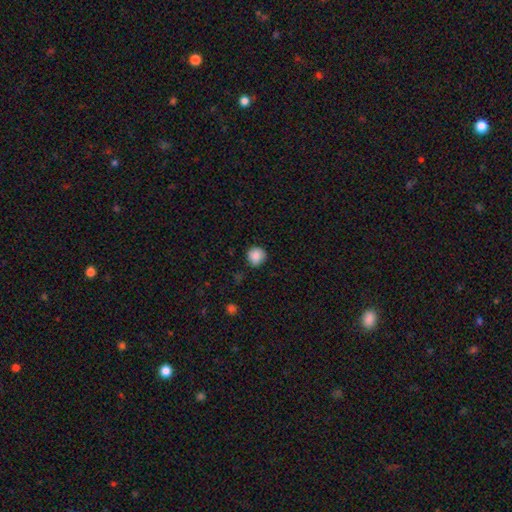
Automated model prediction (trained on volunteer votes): Q: Smooth or featured?
A: smooth (87%); runner-up: star or artifact (9%)
Q: How rounded?
A: round (91%); runner-up: in between (8%)
Q: Merging?
A: none (79%); runner-up: minor disturbance (16%)